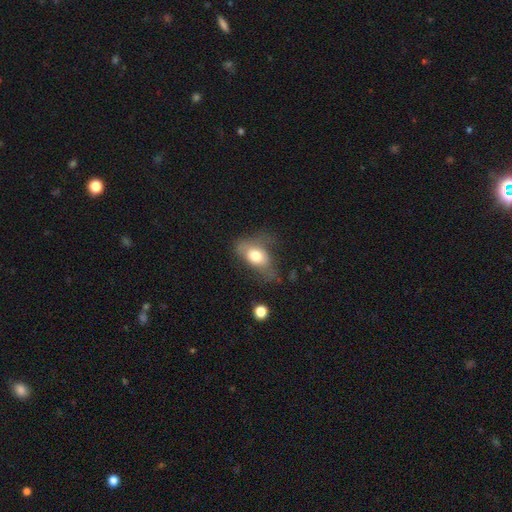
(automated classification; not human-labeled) Smooth or featured? Predicted: smooth (p=0.67). How rounded? Predicted: in between (p=0.84). Merging? Predicted: none (p=0.37).